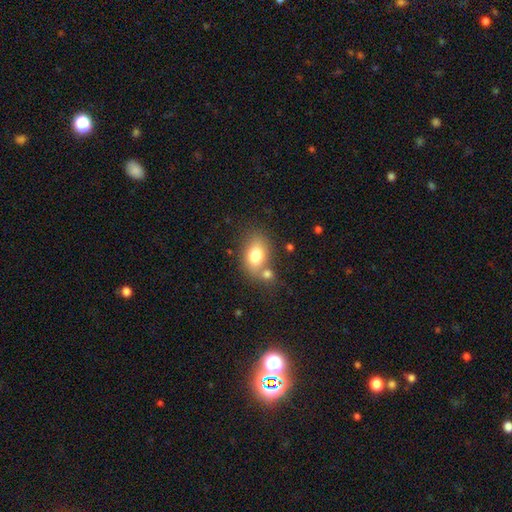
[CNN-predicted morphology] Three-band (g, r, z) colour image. It shows a smooth galaxy with no disk features (75%) that is in between round and cigar-shaped (76%). Merging: none (55%).